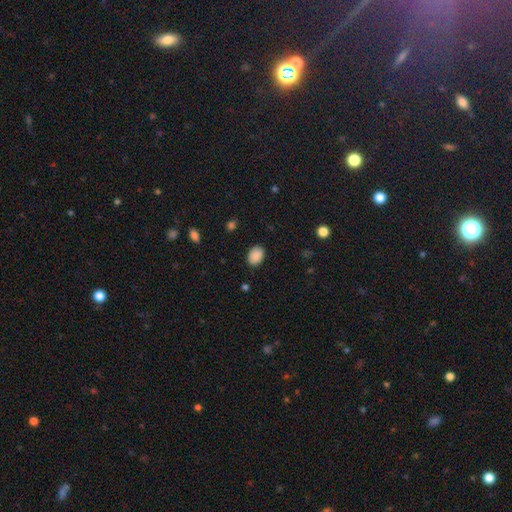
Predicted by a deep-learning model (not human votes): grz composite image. It shows a smooth galaxy with no disk features (89%) that is in between round and cigar-shaped (75%). Merging: none (87%).